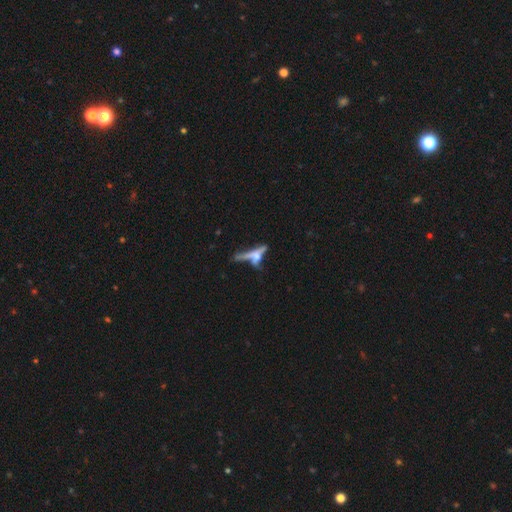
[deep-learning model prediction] smooth-or-featured: featured or disk: 52% | smooth: 36% | star or artifact: 12%
  disk-edge-on: yes: 76% | no: 24%
  merging: none: 40% | merger: 29% | major disturbance: 16% | minor disturbance: 15%